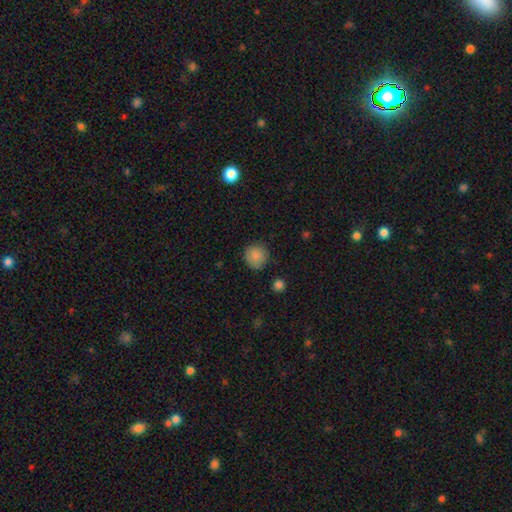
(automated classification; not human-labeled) Q: Smooth or featured?
A: smooth (86%); runner-up: star or artifact (9%)
Q: How rounded?
A: round (92%); runner-up: in between (7%)
Q: Merging?
A: none (85%); runner-up: minor disturbance (11%)